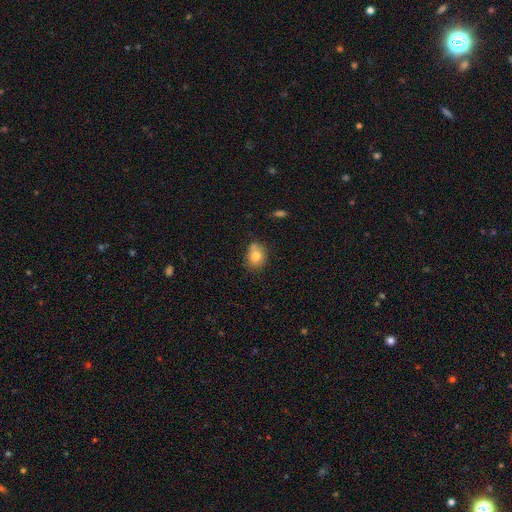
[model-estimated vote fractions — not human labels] smooth-or-featured: smooth: 80% | featured or disk: 10% | star or artifact: 9%
  how-rounded: round: 51% | in between: 48% | cigar-shaped: 1%
  merging: none: 61% | minor disturbance: 21% | merger: 13% | major disturbance: 5%